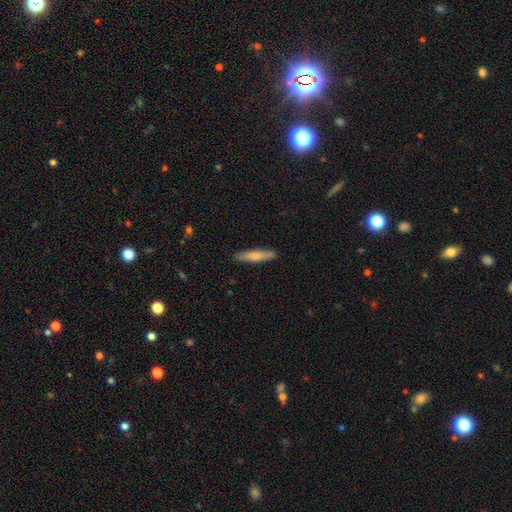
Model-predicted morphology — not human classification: smooth-or-featured: smooth: 70% | featured or disk: 25% | star or artifact: 5%
  how-rounded: cigar-shaped: 87% | in between: 11% | round: 1%
  merging: none: 89% | minor disturbance: 8% | major disturbance: 2% | merger: 1%